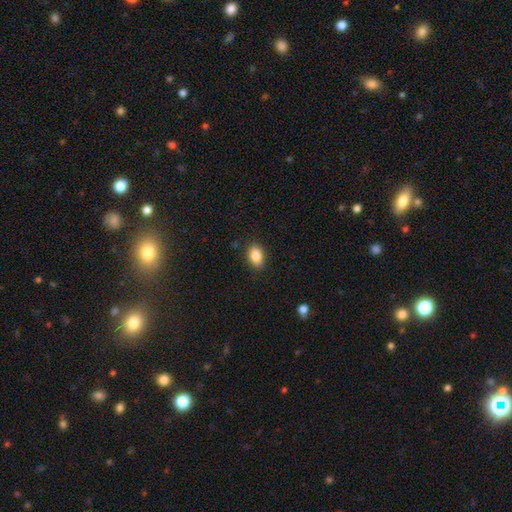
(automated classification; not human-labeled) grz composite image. It shows a smooth galaxy with no disk features (86%) that is in between round and cigar-shaped (87%). Merging: none (87%).